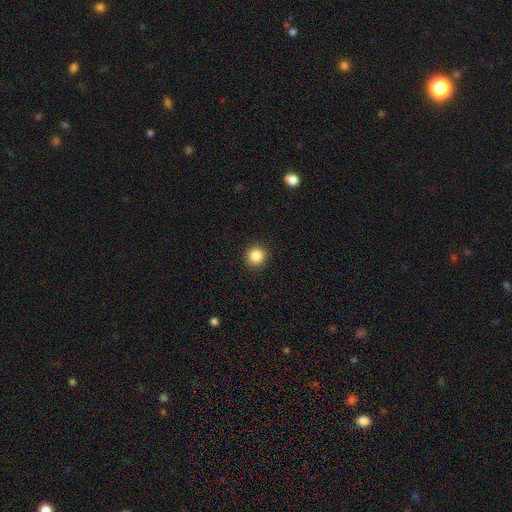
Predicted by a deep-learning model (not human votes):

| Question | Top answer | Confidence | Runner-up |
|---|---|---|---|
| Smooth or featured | smooth | 86% | star or artifact (10%) |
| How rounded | round | 93% | in between (6%) |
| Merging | none | 92% | minor disturbance (5%) |